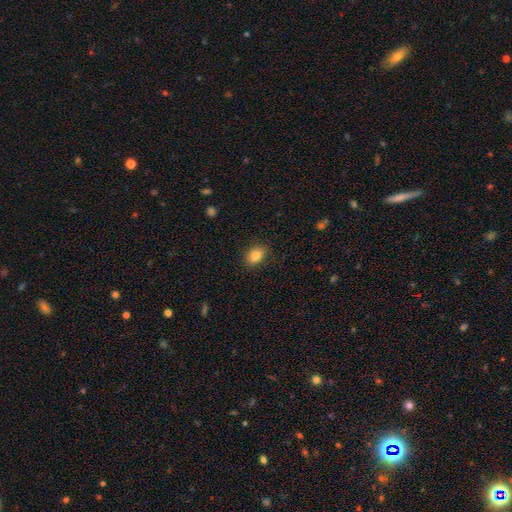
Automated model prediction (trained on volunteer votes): A smooth galaxy with no disk features (85%) that is in between round and cigar-shaped (77%).

Vote fractions:
- Smooth or featured? smooth: 85% / star or artifact: 9% / featured or disk: 7%
- How rounded? in between: 77% / round: 22% / cigar-shaped: 1%
- Merging? none: 87% / minor disturbance: 10% / major disturbance: 2% / merger: 1%